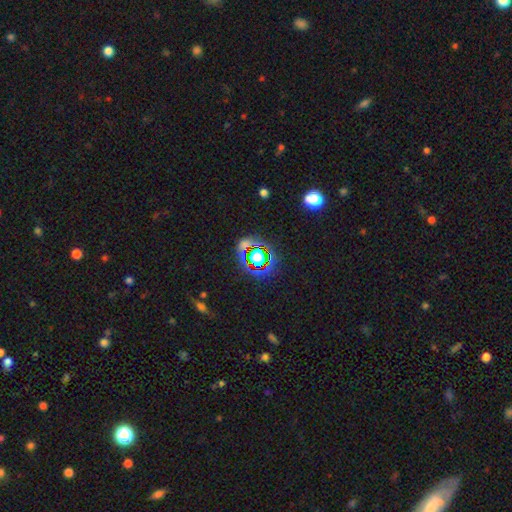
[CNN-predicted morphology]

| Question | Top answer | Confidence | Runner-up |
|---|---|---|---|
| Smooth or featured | star or artifact | 77% | smooth (14%) |